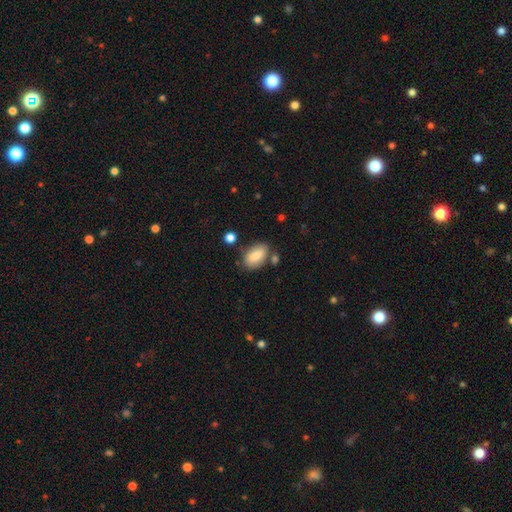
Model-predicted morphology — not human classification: A smooth galaxy with no disk features (81%) that is in between round and cigar-shaped (91%).

Vote fractions:
- Smooth or featured? smooth: 81% / featured or disk: 12% / star or artifact: 7%
- How rounded? in between: 91% / round: 6% / cigar-shaped: 3%
- Merging? none: 71% / minor disturbance: 16% / merger: 9% / major disturbance: 4%